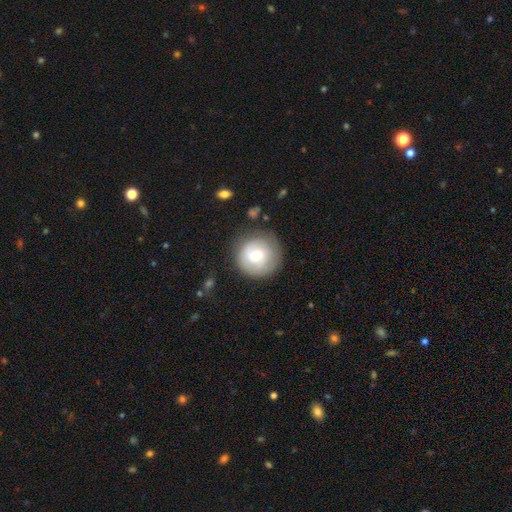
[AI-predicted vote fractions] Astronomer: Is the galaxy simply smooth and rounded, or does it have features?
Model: smooth — 59% (runner-up: featured or disk, 34%).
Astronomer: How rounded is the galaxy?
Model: round — 94%.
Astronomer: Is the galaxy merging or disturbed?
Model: none — 77%.